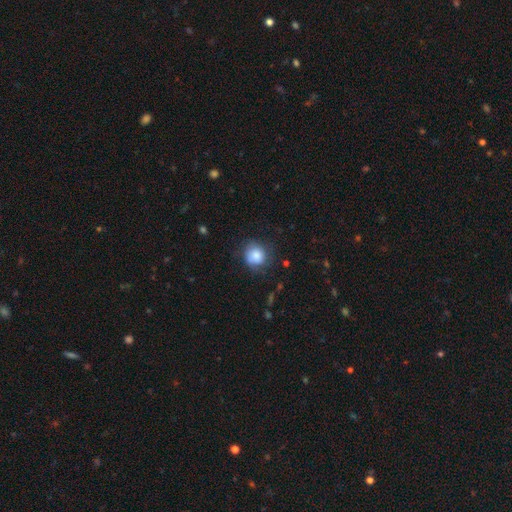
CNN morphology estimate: Overall: smooth (81%). How rounded: round (85%). Merging: none (68%).